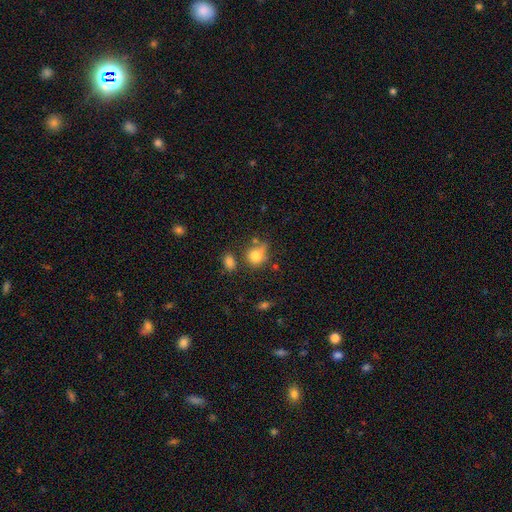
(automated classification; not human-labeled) This appears to be a smooth galaxy with no disk features (78%) that is round (67%). Merging: none (48%).